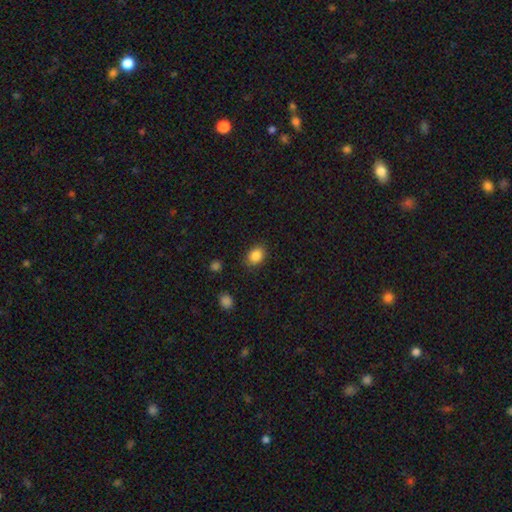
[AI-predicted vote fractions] Q: Smooth or featured?
A: smooth (86%); runner-up: star or artifact (10%)
Q: How rounded?
A: in between (54%); runner-up: round (45%)
Q: Merging?
A: none (85%); runner-up: minor disturbance (10%)